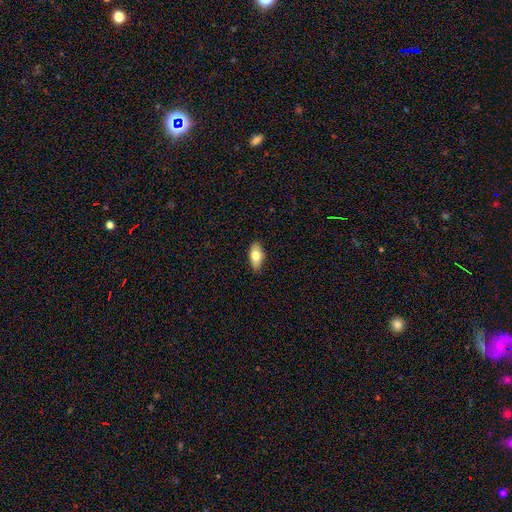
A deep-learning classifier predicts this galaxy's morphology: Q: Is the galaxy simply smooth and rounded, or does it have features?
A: smooth — 75%.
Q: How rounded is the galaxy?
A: in between — 88%.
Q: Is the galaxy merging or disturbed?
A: none — 87%.